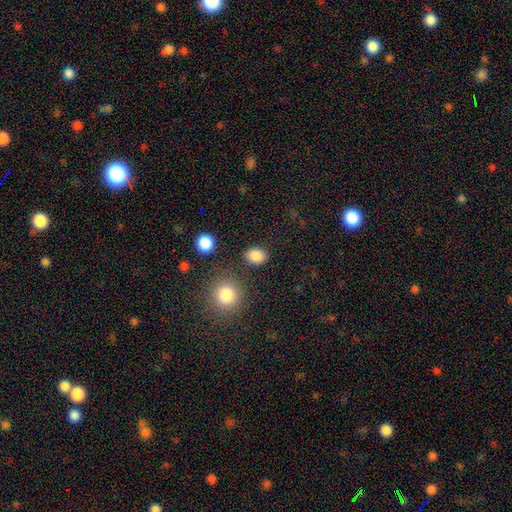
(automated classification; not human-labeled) This is clearly a smooth galaxy (85%). How rounded: possibly in between (57%). Merging: clearly none (83%).